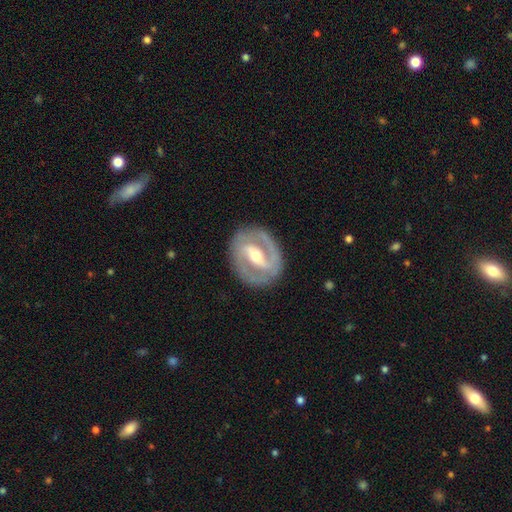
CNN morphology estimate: This is clearly a featured or disk galaxy (86%). It is clearly not viewed edge-on (96%). Bar: possibly strong (55%). Spiral arm pattern: clearly yes (86%). Spiral arm count: clearly 2 (87%). Spiral winding: possibly tight (47%). Central bulge: likely moderate (63%). Merging: clearly none (85%).